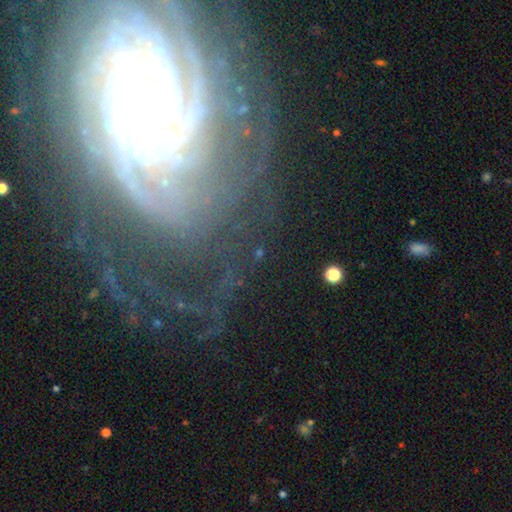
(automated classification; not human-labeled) Smooth or featured: featured or disk — 81% (star or artifact — 12%)
Edge-on disk: no — 94% (yes — 6%)
Bar: no — 63% (weak — 21%)
Spiral arms: yes — 93% (no — 7%)
Spiral winding: tight — 70% (medium — 22%)
Spiral arm count: can't tell — 27% (2 — 17%)
Bulge size: small — 68% (moderate — 19%)
Merging: none — 67% (minor disturbance — 15%)